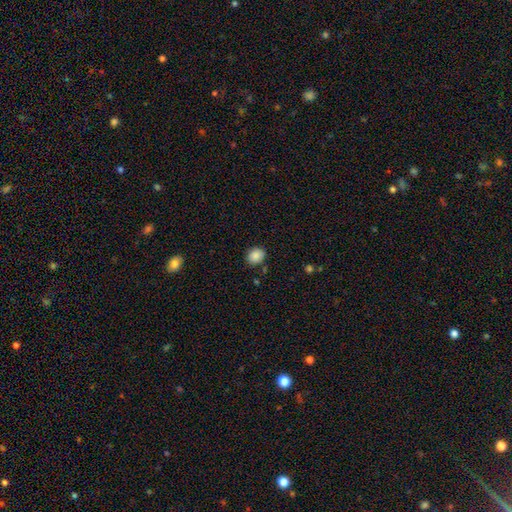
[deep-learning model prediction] A smooth galaxy with no disk features (87%) that is round (52%).

Vote fractions:
- Smooth or featured? smooth: 87% / star or artifact: 9% / featured or disk: 4%
- How rounded? round: 52% / in between: 47% / cigar-shaped: 1%
- Merging? none: 83% / minor disturbance: 11% / merger: 3% / major disturbance: 3%